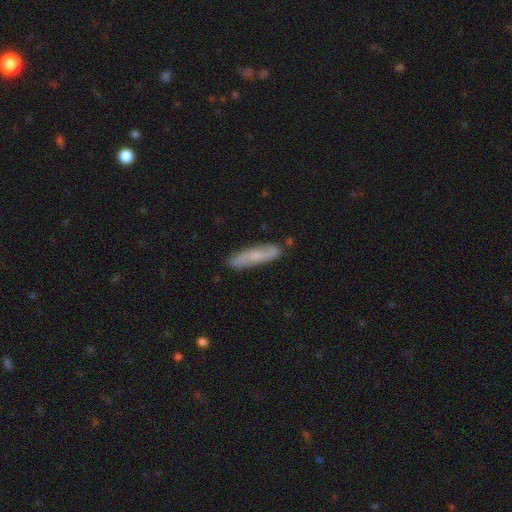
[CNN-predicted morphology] Smooth or featured: smooth — 56% (featured or disk — 37%)
How rounded: cigar-shaped — 81% (in between — 18%)
Merging: none — 83% (minor disturbance — 13%)